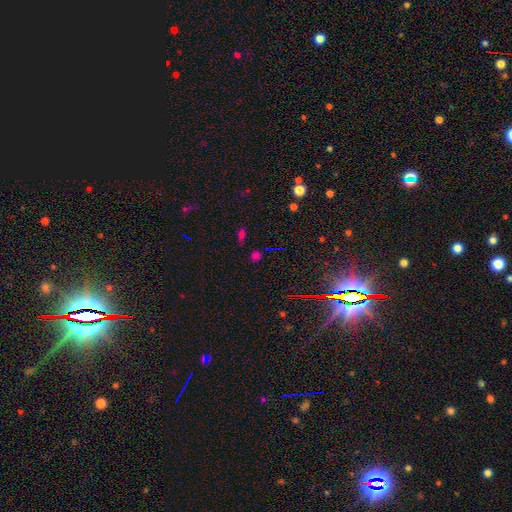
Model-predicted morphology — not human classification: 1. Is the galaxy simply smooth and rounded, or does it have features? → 47% star or artifact, 45% smooth, 8% featured or disk.